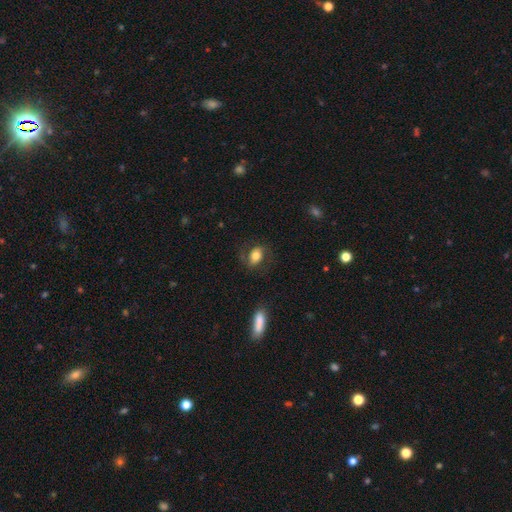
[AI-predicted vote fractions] Smooth or featured? smooth (69%)
How rounded? in between (81%)
Merging? none (69%)